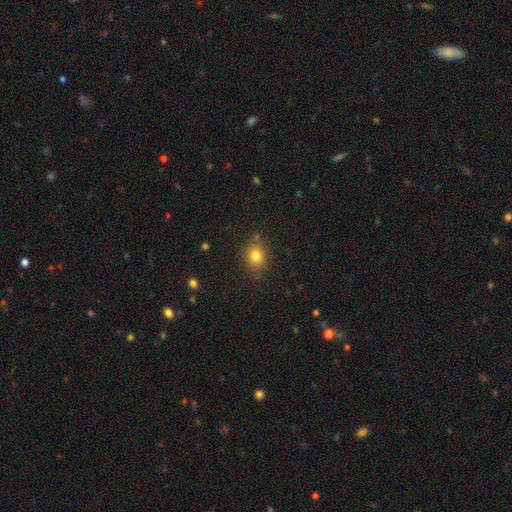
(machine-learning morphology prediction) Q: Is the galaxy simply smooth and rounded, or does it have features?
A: smooth — 80%.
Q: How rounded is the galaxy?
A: round — 64%.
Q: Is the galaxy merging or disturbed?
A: none — 82%.